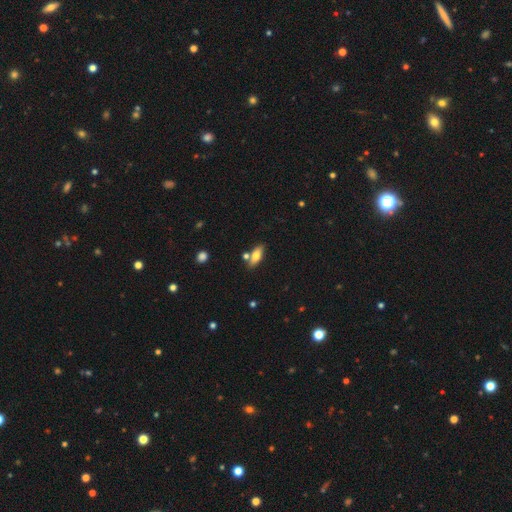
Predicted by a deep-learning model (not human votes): A smooth galaxy with no disk features (67%) that is in between round and cigar-shaped (71%).

Vote fractions:
- Smooth or featured? smooth: 67% / featured or disk: 26% / star or artifact: 7%
- How rounded? in between: 71% / cigar-shaped: 26% / round: 4%
- Merging? none: 71% / merger: 14% / minor disturbance: 12% / major disturbance: 3%